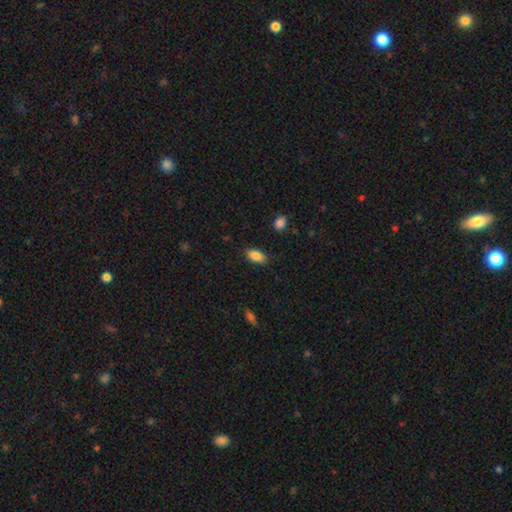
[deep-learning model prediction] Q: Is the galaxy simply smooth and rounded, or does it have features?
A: smooth — 87%.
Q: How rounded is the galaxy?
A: in between — 91%.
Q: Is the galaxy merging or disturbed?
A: none — 86%.